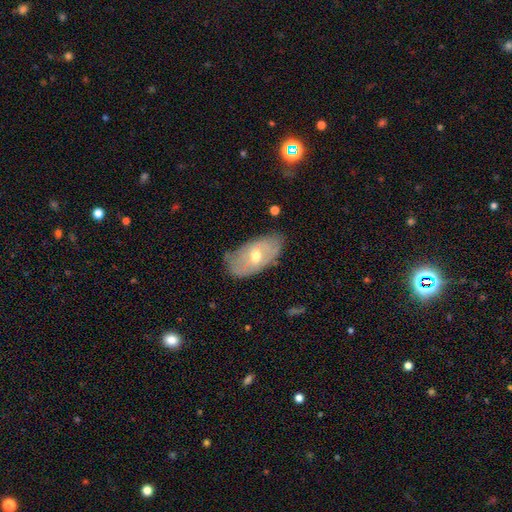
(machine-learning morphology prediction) featured or disk 52%, smooth 40%, star or artifact 8%. Down the decision tree: edge-on disk — no (86%); merging — none (71%).